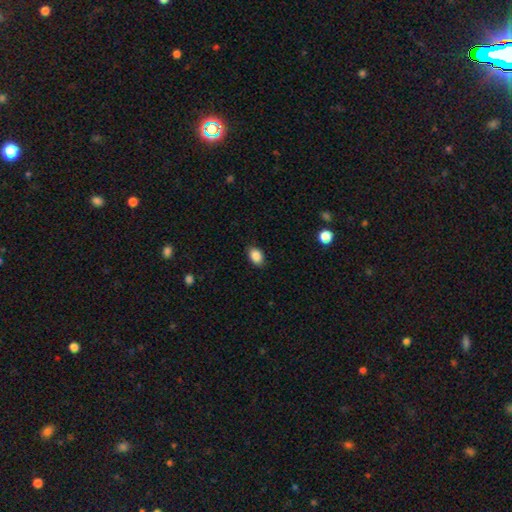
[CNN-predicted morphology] smooth-or-featured: smooth: 88% | star or artifact: 8% | featured or disk: 4%
  how-rounded: in between: 82% | round: 17% | cigar-shaped: 1%
  merging: none: 87% | minor disturbance: 10% | major disturbance: 2% | merger: 1%